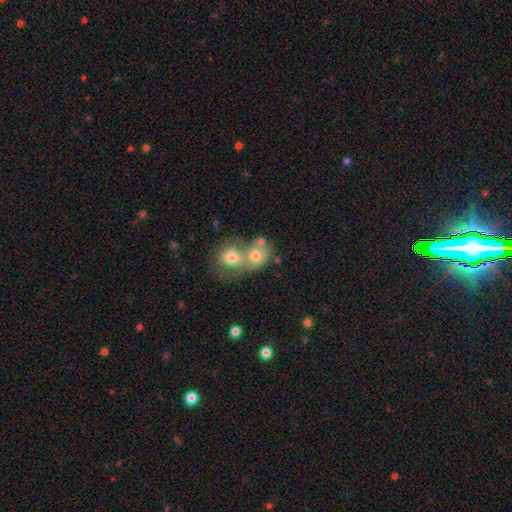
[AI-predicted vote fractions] The model was most divided on "how rounded": round: 61%, in between: 38%, cigar-shaped: 1%. More confident: merging — merger (69%); smooth or featured — smooth (66%).